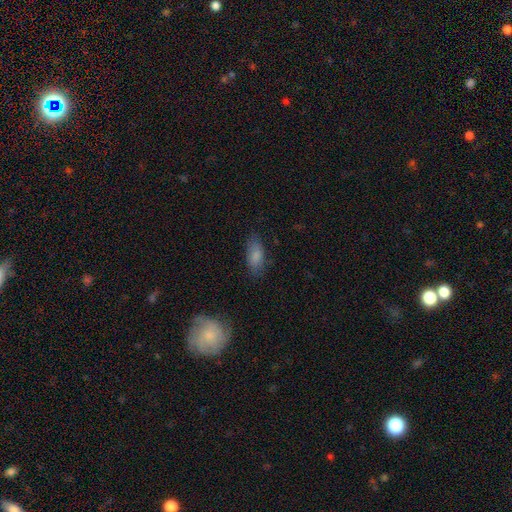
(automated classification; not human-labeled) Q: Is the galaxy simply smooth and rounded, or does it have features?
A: smooth — 81%.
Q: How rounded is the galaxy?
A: in between — 88%.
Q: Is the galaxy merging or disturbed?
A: none — 76%.